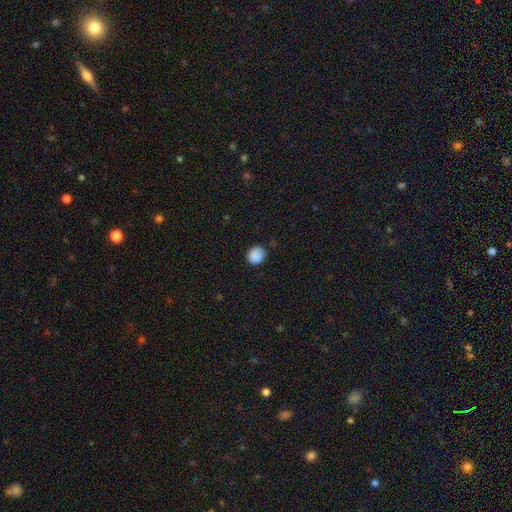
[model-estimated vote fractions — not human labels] Smooth or featured? Predicted: smooth (p=0.88). How rounded? Predicted: round (p=0.78). Merging? Predicted: none (p=0.80).